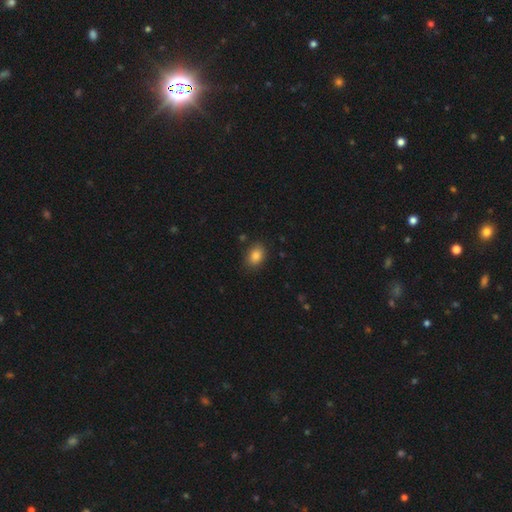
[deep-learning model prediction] smooth 84%, star or artifact 9%, featured or disk 6%. Down the decision tree: how rounded — in between (72%); merging — none (84%).